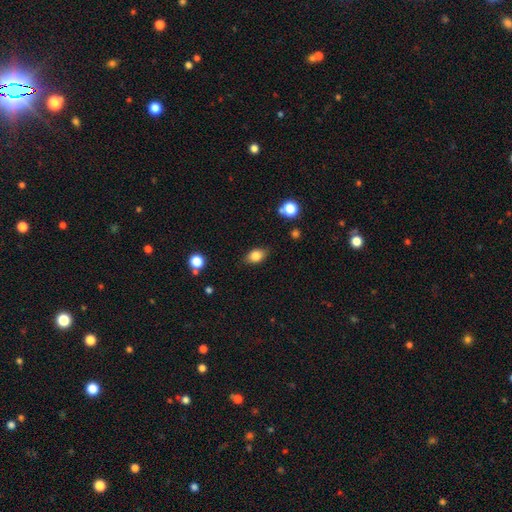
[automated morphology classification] Smooth or featured? smooth (82%)
How rounded? in between (80%)
Merging? none (81%)